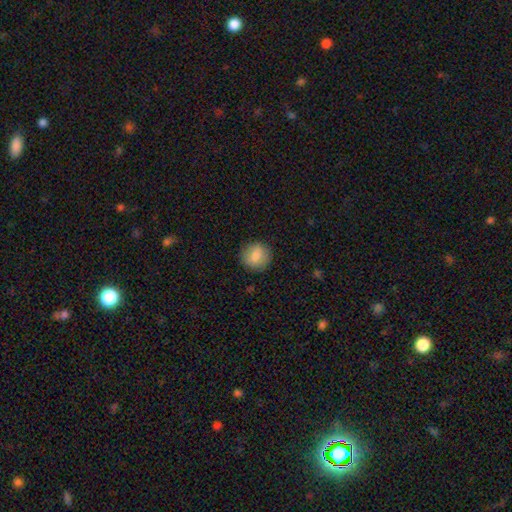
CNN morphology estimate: This appears to be a smooth galaxy with no disk features (84%) that is round (87%). Merging: none (87%).